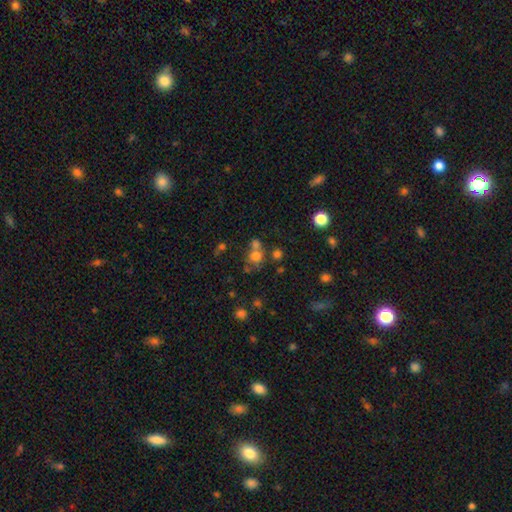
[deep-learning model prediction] smooth 69%, star or artifact 19%, featured or disk 12%. Down the decision tree: how rounded — round (82%); merging — none (48%).